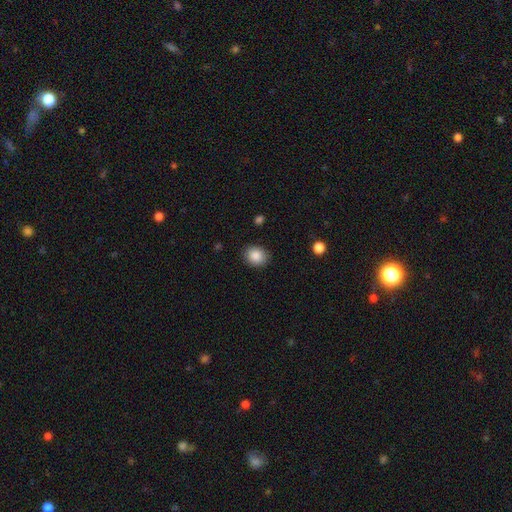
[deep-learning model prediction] Overall: smooth (87%). How rounded: round (62%; in between 37%). Merging: none (87%).